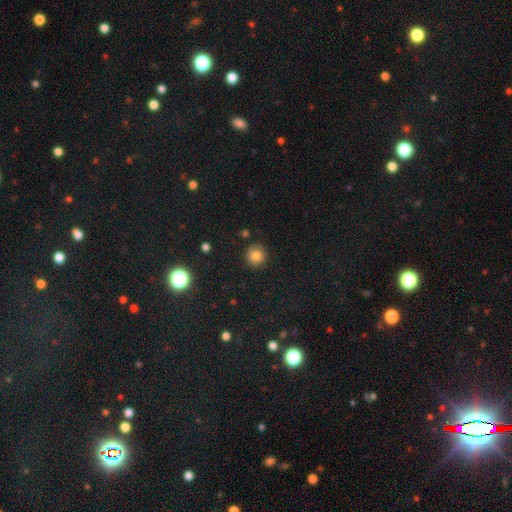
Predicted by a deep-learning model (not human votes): Smooth or featured? smooth (81%)
How rounded? round (94%)
Merging? none (90%)